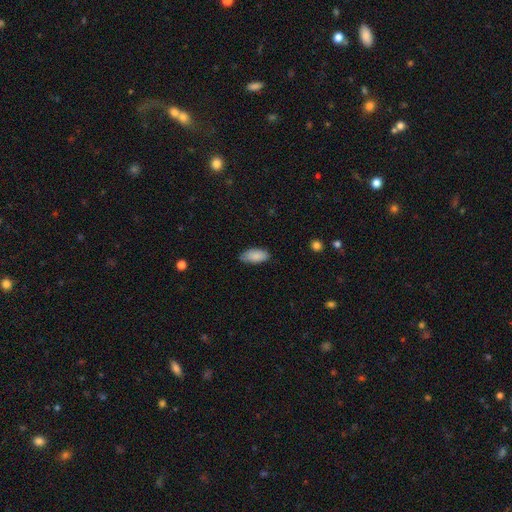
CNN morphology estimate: Smooth or featured? smooth (87%)
How rounded? in between (92%)
Merging? none (74%)